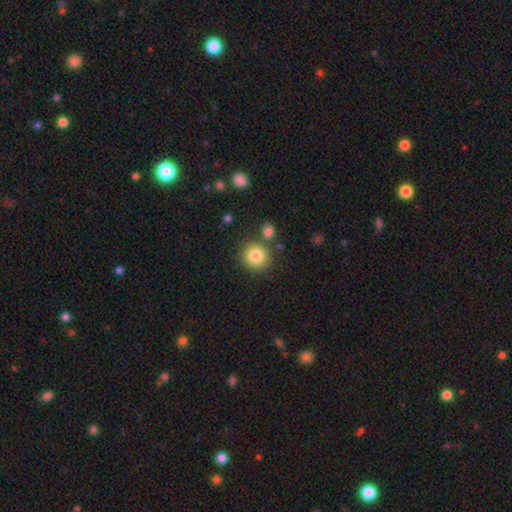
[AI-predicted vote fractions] This is clearly a smooth galaxy (83%). How rounded: clearly round (89%). Merging: likely none (78%).